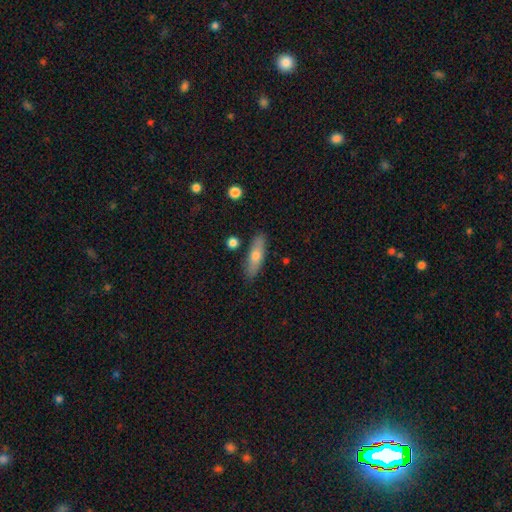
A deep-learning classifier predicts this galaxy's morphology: Overall: smooth (61%; featured or disk 32%). How rounded: cigar-shaped (59%; in between 38%). Merging: none (86%).